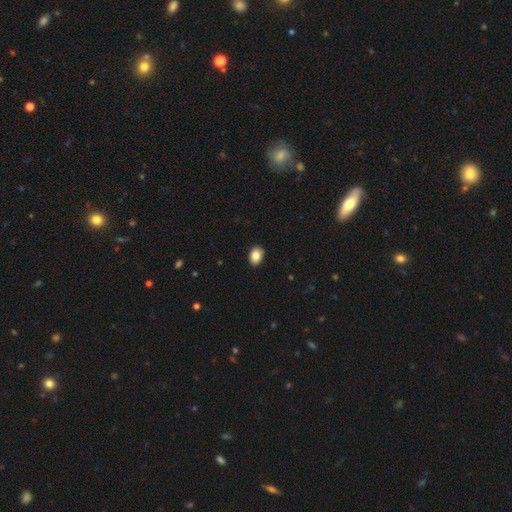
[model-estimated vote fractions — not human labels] smooth_or_featured: smooth (p=0.86) [alt: star or artifact p=0.08]
how_rounded: in between (p=0.73) [alt: round p=0.26]
merging: none (p=0.90) [alt: minor disturbance p=0.07]